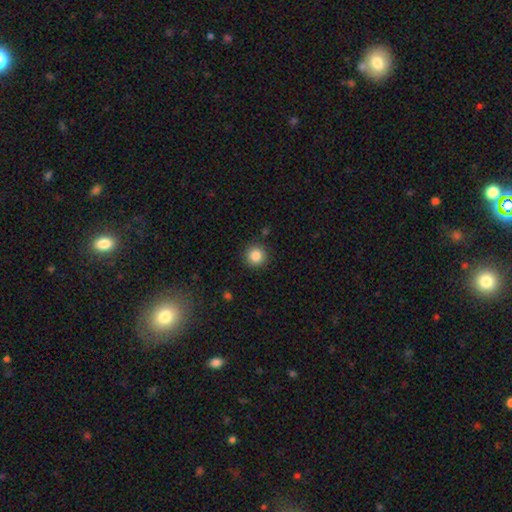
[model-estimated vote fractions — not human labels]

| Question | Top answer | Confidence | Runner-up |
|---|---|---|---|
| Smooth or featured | smooth | 86% | star or artifact (10%) |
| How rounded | round | 94% | in between (5%) |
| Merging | none | 90% | minor disturbance (6%) |